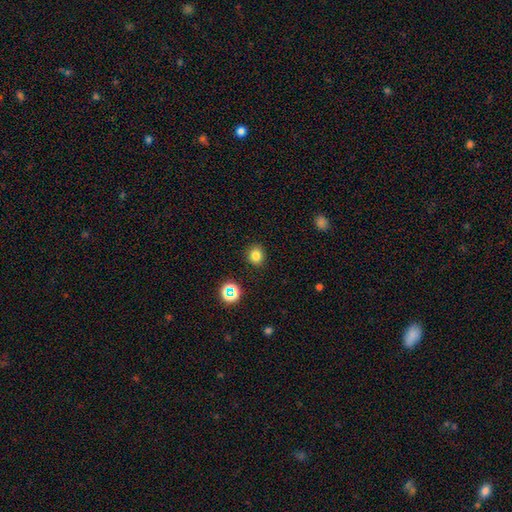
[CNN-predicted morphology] type=smooth (79%); roundness=round (81%); merging=none (89%).